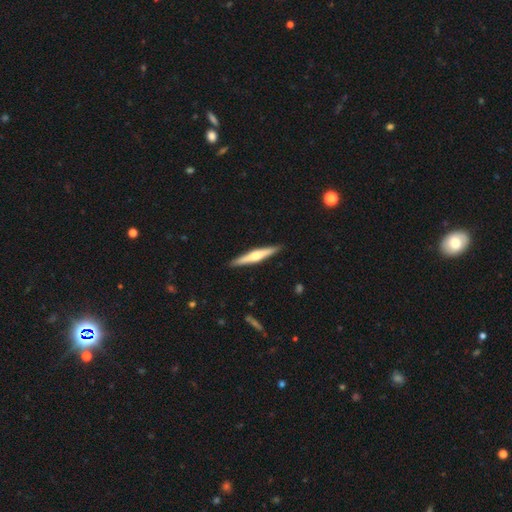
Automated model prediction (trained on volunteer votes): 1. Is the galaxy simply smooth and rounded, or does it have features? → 64% featured or disk, 31% smooth, 5% star or artifact.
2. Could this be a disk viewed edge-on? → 98% yes, 2% no.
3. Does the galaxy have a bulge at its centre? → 87% rounded, 7% none, 7% boxy.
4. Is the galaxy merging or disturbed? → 91% none, 6% minor disturbance, 1% major disturbance, 1% merger.